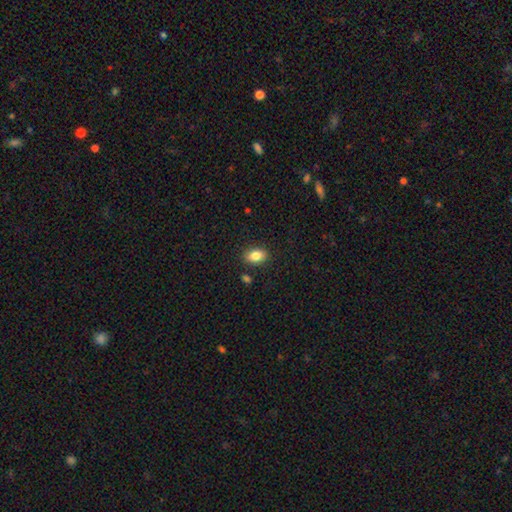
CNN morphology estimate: This is clearly a smooth galaxy (84%). How rounded: clearly in between (86%). Merging: clearly none (86%).